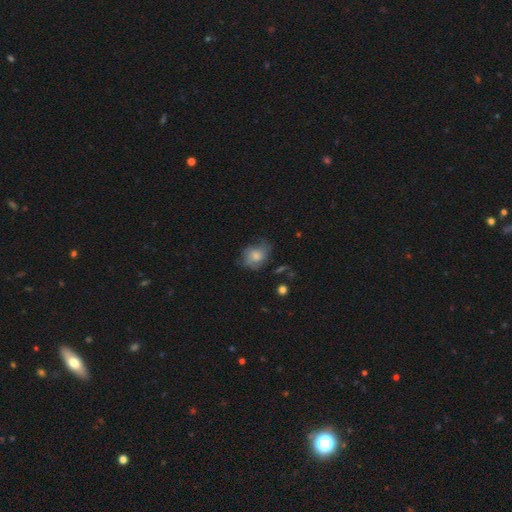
Overall: smooth (64%; featured or disk 26%). How rounded: round (60%; in between 40%). Merging: none (63%).